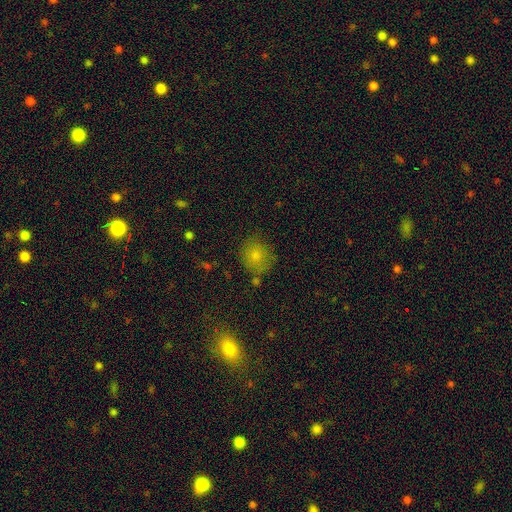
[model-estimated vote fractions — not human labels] Smooth or featured: smooth — 78% (star or artifact — 12%)
How rounded: round — 81% (in between — 18%)
Merging: none — 71% (minor disturbance — 17%)